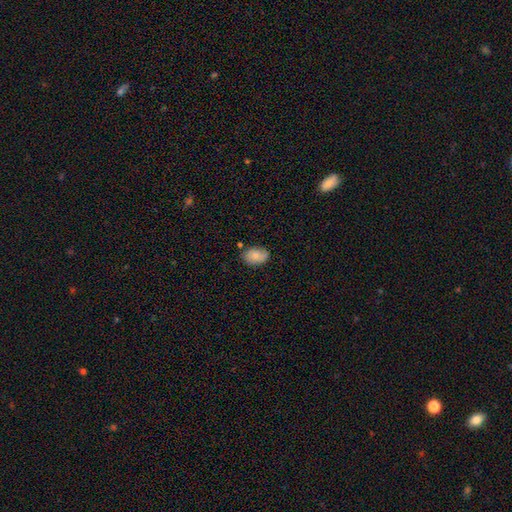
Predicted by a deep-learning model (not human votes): This appears to be a smooth galaxy with no disk features (81%) that is in between round and cigar-shaped (87%). Merging: none (76%).